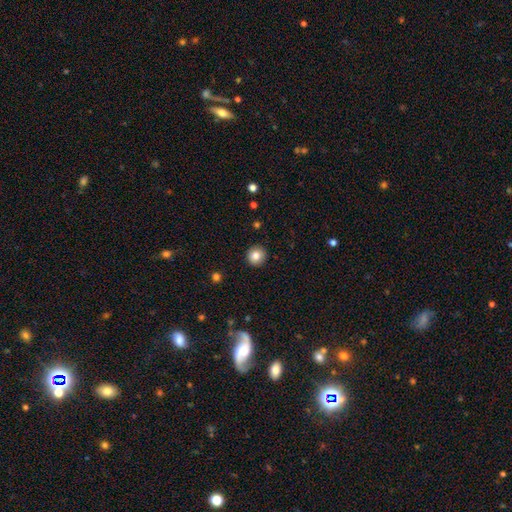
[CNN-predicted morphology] Smooth or featured?
  - smooth: 83% *
  - star or artifact: 10%
  - featured or disk: 7%
How rounded?
  - round: 94% *
  - in between: 5%
  - cigar-shaped: 1%
Merging?
  - none: 92% *
  - minor disturbance: 5%
  - major disturbance: 2%
  - merger: 1%